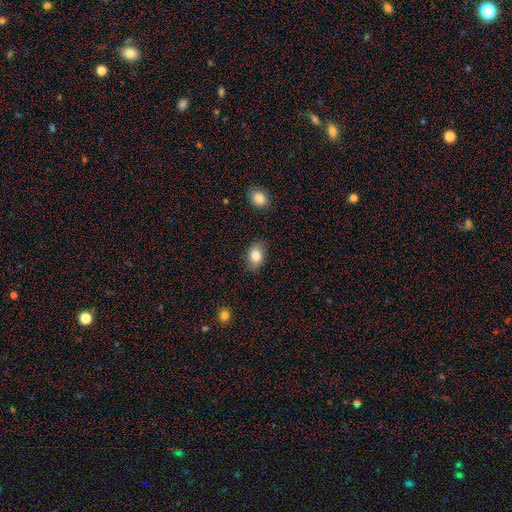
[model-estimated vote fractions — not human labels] Smooth or featured? smooth (83%)
How rounded? in between (79%)
Merging? none (79%)